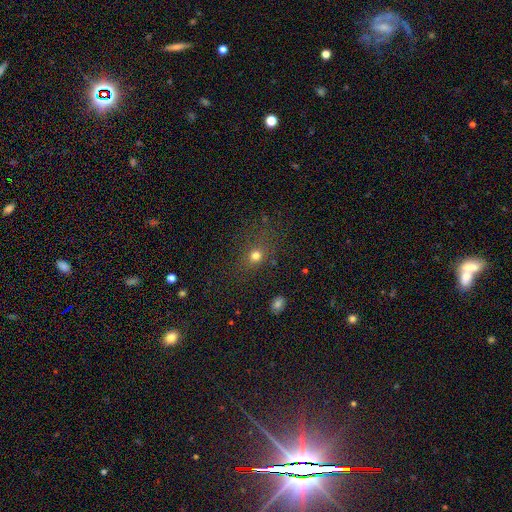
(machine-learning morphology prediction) This is likely a smooth galaxy (73%). How rounded: likely round (64%). Merging: likely none (76%).